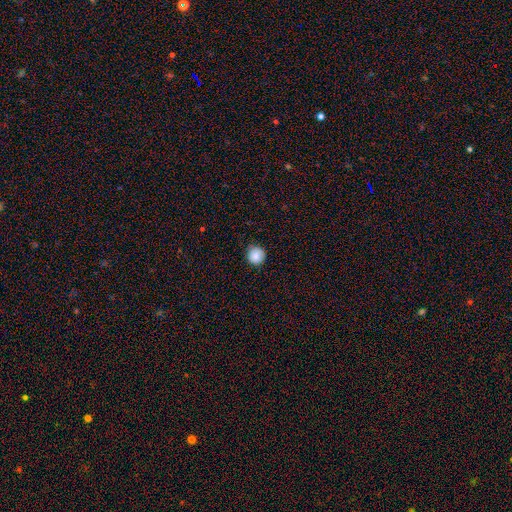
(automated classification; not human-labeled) Q: Smooth or featured?
A: smooth (84%); runner-up: star or artifact (9%)
Q: How rounded?
A: round (93%); runner-up: in between (6%)
Q: Merging?
A: none (83%); runner-up: minor disturbance (13%)